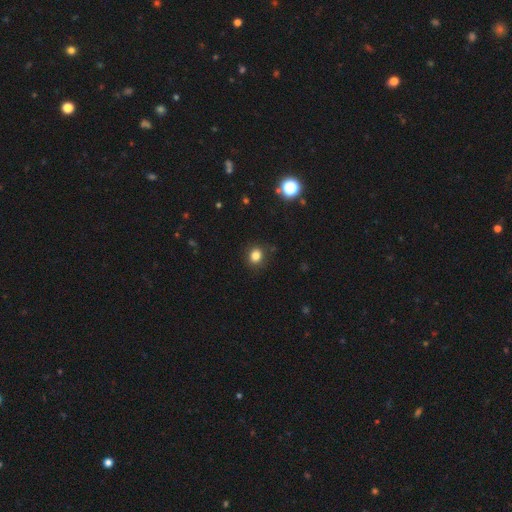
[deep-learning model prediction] Overall: smooth (83%). How rounded: round (69%; in between 30%). Merging: none (87%).